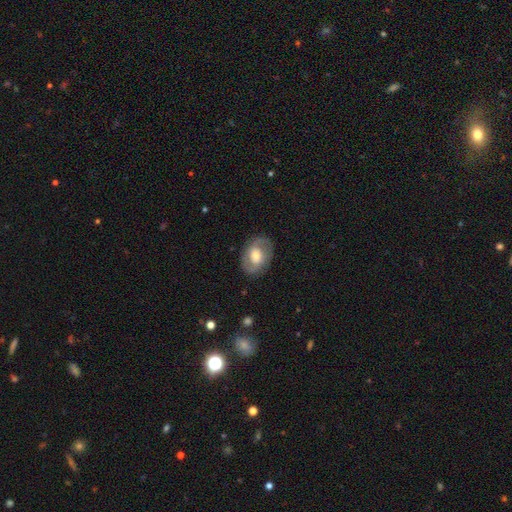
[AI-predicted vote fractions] Smooth or featured: featured or disk — 54% (smooth — 39%)
Edge-on disk: no — 95% (yes — 5%)
Bar: no — 53% (weak — 34%)
Spiral arms: yes — 60% (no — 40%)
Bulge size: moderate — 55% (large — 23%)
Merging: none — 80% (minor disturbance — 13%)